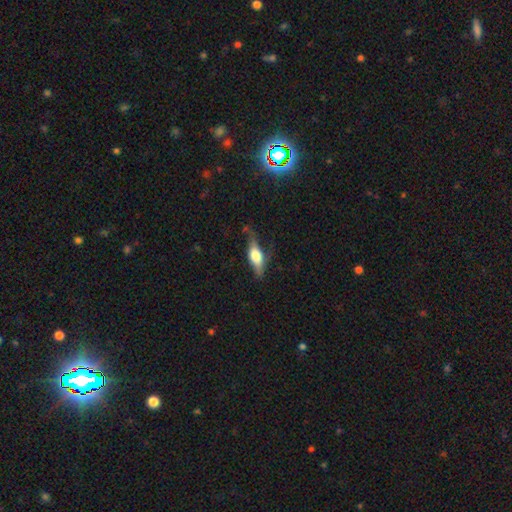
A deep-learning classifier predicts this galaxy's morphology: type=smooth (47%); merging=none (54%).